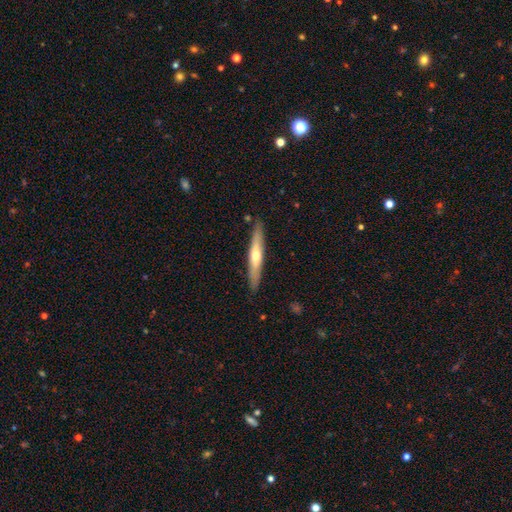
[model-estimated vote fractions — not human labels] Morphology: type=featured or disk (55%); edge-on=yes (91%); edge-on bulge=rounded (84%); merging=none (89%).